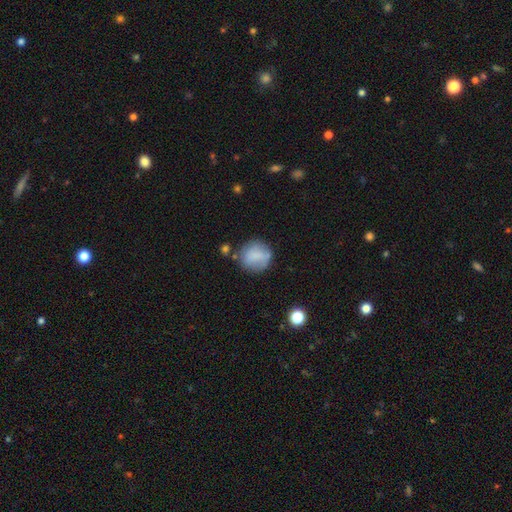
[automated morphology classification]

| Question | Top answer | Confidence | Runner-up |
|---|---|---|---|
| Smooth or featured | smooth | 77% | featured or disk (15%) |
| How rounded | round | 85% | in between (14%) |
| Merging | none | 64% | minor disturbance (21%) |